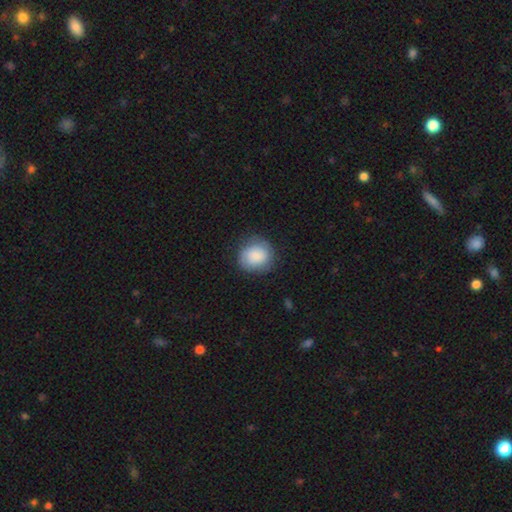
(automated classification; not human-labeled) The model was most divided on "how rounded": round: 80%, in between: 20%, cigar-shaped: 1%. More confident: smooth or featured — smooth (81%); merging — none (77%).